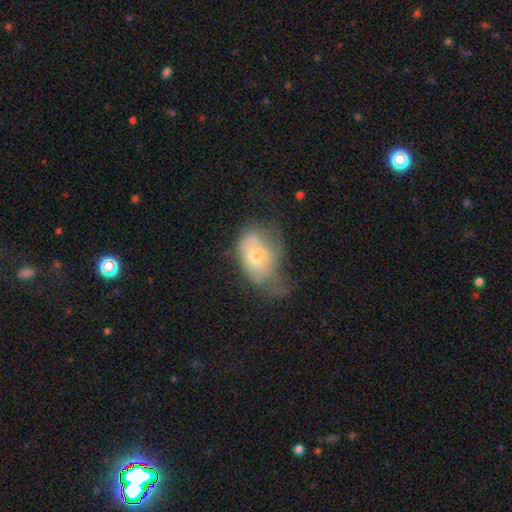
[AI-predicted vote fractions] Q: Smooth or featured?
A: smooth (53%); runner-up: featured or disk (37%)
Q: How rounded?
A: in between (78%); runner-up: round (20%)
Q: Merging?
A: major disturbance (41%); runner-up: minor disturbance (29%)